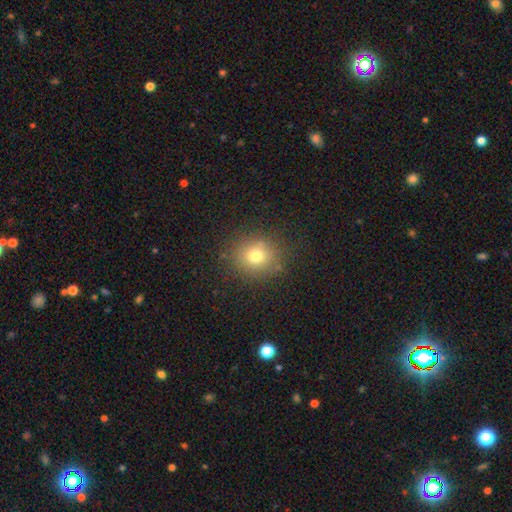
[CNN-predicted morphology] type=smooth (75%); roundness=round (81%); merging=none (84%).